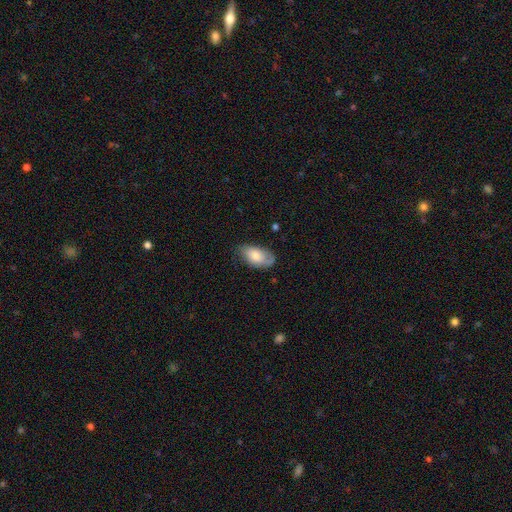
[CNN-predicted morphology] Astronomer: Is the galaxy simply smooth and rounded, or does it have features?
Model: smooth — 71%.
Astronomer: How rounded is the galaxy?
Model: in between — 93%.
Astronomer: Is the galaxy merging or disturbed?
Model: none — 61%.